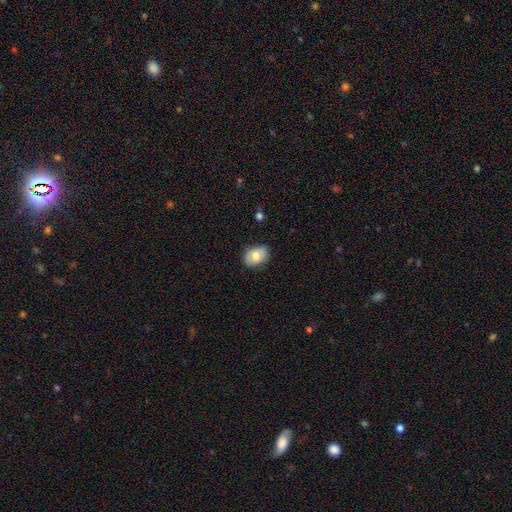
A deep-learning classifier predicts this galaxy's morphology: The model was most divided on "smooth or featured": smooth: 72%, featured or disk: 21%, star or artifact: 7%. More confident: merging — none (82%); how rounded — in between (77%).